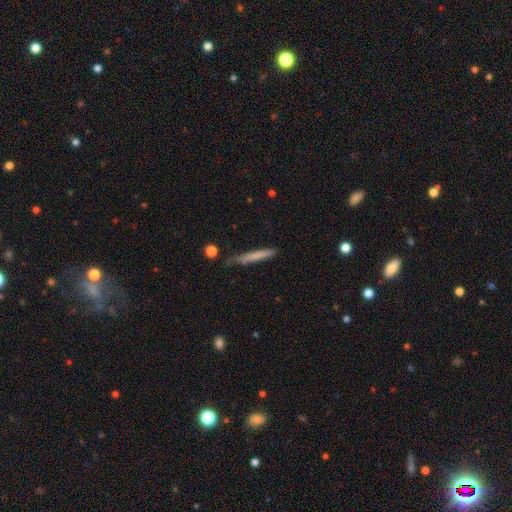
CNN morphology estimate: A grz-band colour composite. It shows a smooth galaxy with no disk features (71%) that is cigar-shaped (96%). Merging: none (73%).